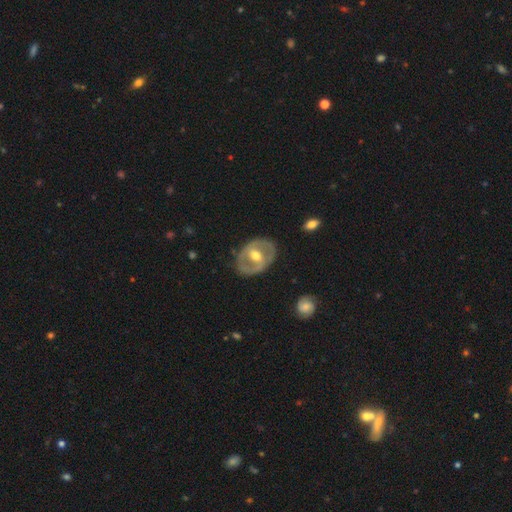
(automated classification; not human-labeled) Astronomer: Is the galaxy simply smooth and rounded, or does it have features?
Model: featured or disk — 69%.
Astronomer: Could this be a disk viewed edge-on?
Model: no — 94%.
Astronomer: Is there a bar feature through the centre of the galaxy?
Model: weak — 40% (runner-up: no, 32%).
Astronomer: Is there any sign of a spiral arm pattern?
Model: no — 55% (runner-up: yes, 45%).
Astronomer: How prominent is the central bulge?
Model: moderate — 76%.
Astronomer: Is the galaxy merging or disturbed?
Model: none — 77%.